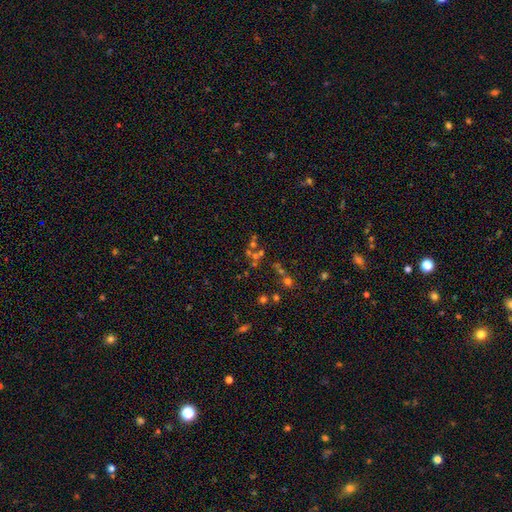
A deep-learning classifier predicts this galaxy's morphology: Overall: star or artifact (55%; smooth 25%).